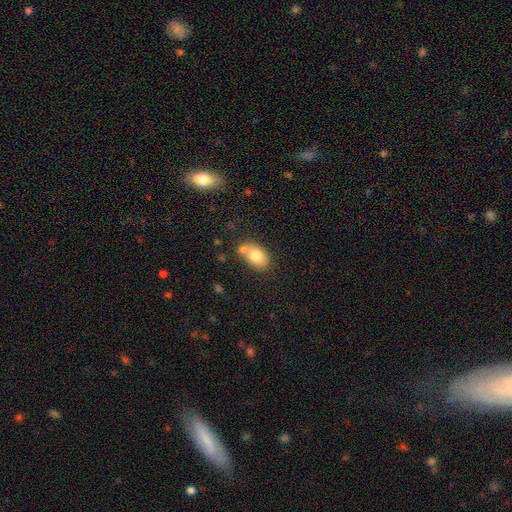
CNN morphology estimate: smooth-or-featured: smooth: 76% | featured or disk: 15% | star or artifact: 8%
  how-rounded: in between: 83% | round: 15% | cigar-shaped: 1%
  merging: none: 53% | merger: 24% | minor disturbance: 18% | major disturbance: 5%